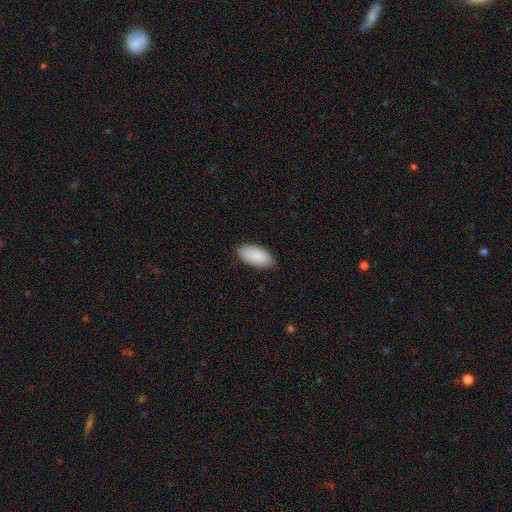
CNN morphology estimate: A smooth galaxy with no disk features (90%) that is in between round and cigar-shaped (94%). Merging: none (86%).